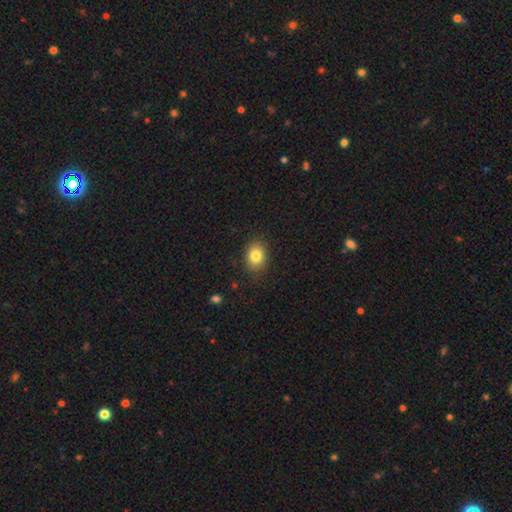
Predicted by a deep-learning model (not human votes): smooth 82%, star or artifact 10%, featured or disk 8%. Down the decision tree: how rounded — in between (58%); merging — none (87%).